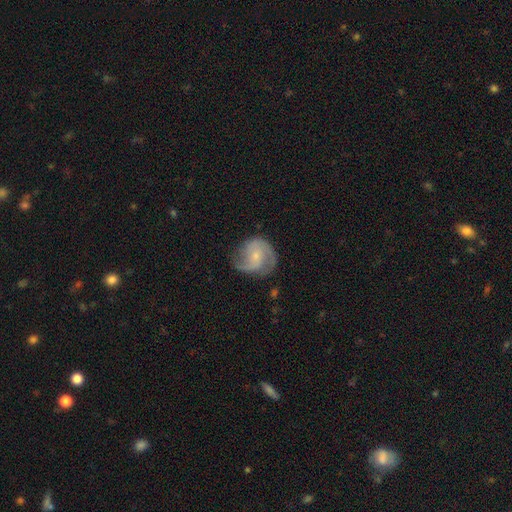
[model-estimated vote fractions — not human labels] The model was most divided on "spiral winding": medium: 51%, tight: 26%, loose: 23%. More confident: edge-on disk — no (98%); spiral arms — yes (95%); smooth or featured — featured or disk (78%); spiral arm count — 2 (73%); bulge size — small (71%); merging — none (66%); bar — no (62%).